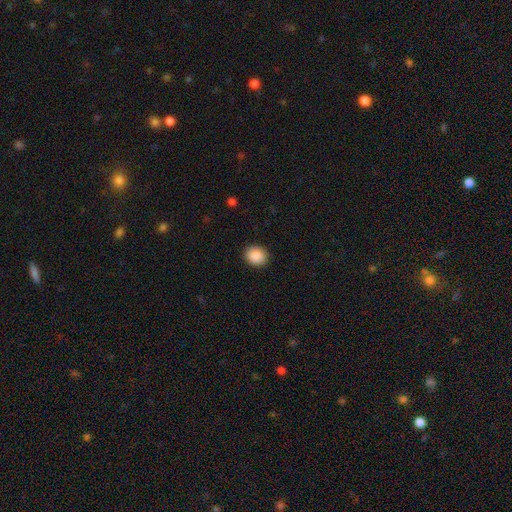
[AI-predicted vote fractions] Overall: smooth (89%). How rounded: round (68%; in between 31%). Merging: none (91%).